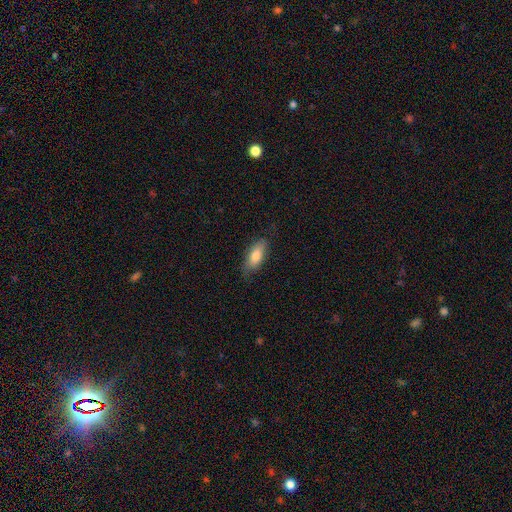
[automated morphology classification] smooth-or-featured: smooth: 76% | featured or disk: 17% | star or artifact: 6%
  how-rounded: in between: 79% | cigar-shaped: 18% | round: 2%
  merging: none: 73% | minor disturbance: 21% | major disturbance: 5% | merger: 1%